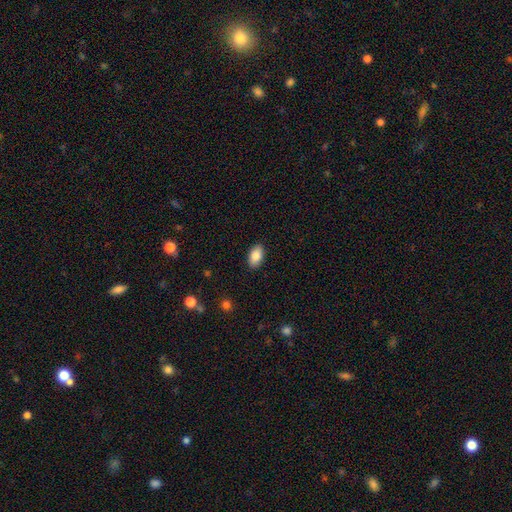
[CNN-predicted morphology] A smooth galaxy with no disk features (86%) that is in between round and cigar-shaped (93%).

Vote fractions:
- Smooth or featured? smooth: 86% / star or artifact: 7% / featured or disk: 7%
- How rounded? in between: 93% / round: 5% / cigar-shaped: 2%
- Merging? none: 89% / minor disturbance: 8% / major disturbance: 2% / merger: 1%